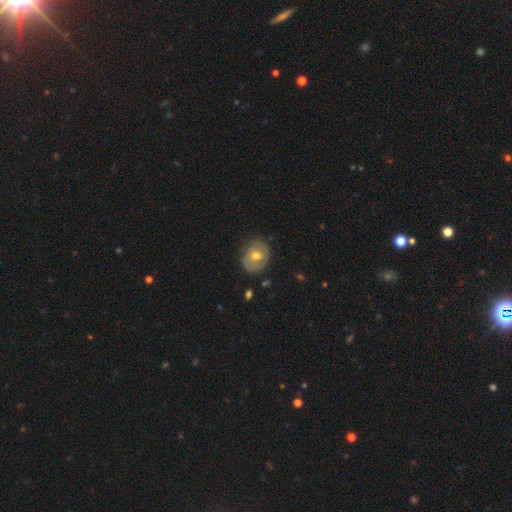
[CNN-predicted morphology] Smooth or featured? Predicted: smooth (p=0.48). Merging? Predicted: none (p=0.69).